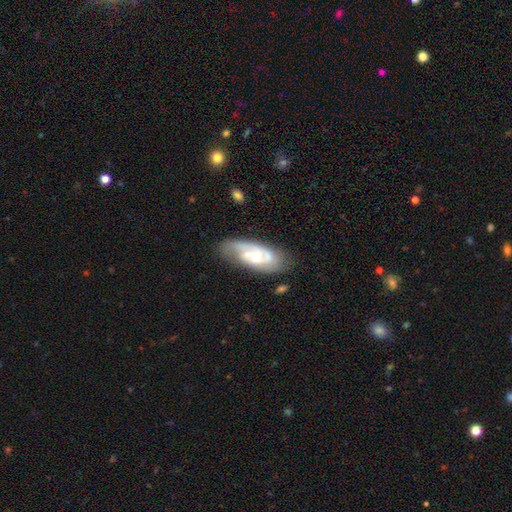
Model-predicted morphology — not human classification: A featured or disk galaxy (73%) with no bar (52%), 2 (55%) medium (43%) spiral arms (87%) and a moderate central bulge (50%).

Vote fractions:
- Smooth or featured? featured or disk: 73% / smooth: 21% / star or artifact: 6%
- Edge-on disk? no: 91% / yes: 9%
- Bar? no: 52% / weak: 39% / strong: 9%
- Spiral arms? yes: 87% / no: 13%
- Spiral winding? medium: 43% / tight: 40% / loose: 17%
- Spiral arm count? 2: 55% / can't tell: 23% / 1: 13% / 3: 6% / 4: 2% / more than 4: 1%
- Bulge size? moderate: 50% / small: 37% / large: 7% / none: 5% / dominant: 1%
- Merging? none: 67% / minor disturbance: 20% / major disturbance: 8% / merger: 4%